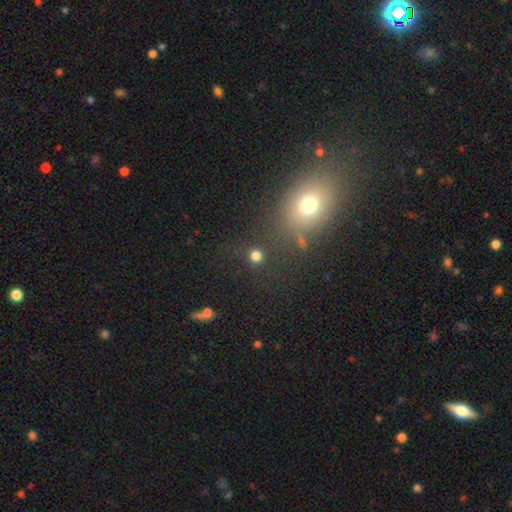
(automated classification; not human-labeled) This is likely a smooth galaxy (78%). How rounded: clearly round (93%). Merging: clearly none (86%).